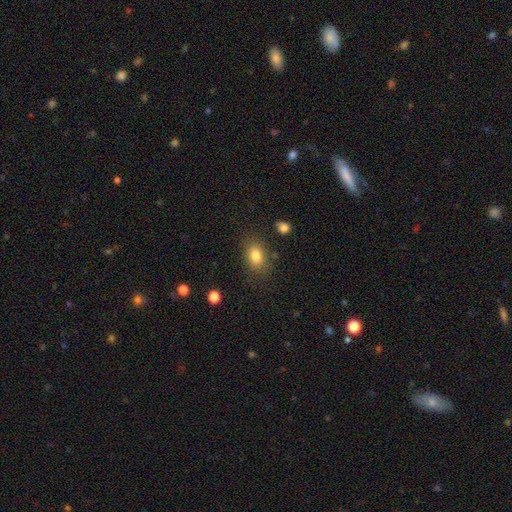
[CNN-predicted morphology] A smooth galaxy with no disk features (81%) that is in between round and cigar-shaped (79%). Merging: none (77%).